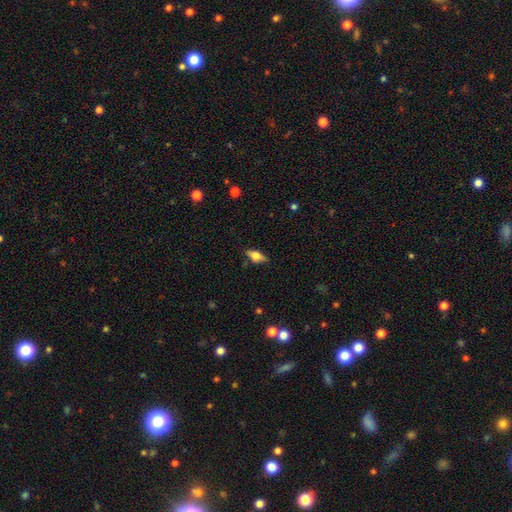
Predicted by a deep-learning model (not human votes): Smooth or featured: smooth — 53% (featured or disk — 38%)
How rounded: in between — 76% (cigar-shaped — 20%)
Merging: none — 76% (minor disturbance — 18%)